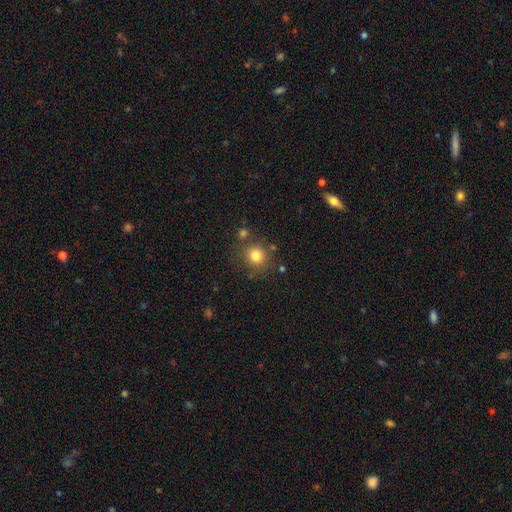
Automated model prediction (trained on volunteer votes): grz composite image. It shows a smooth galaxy with no disk features (80%) that is round (88%). Merging: none (78%).